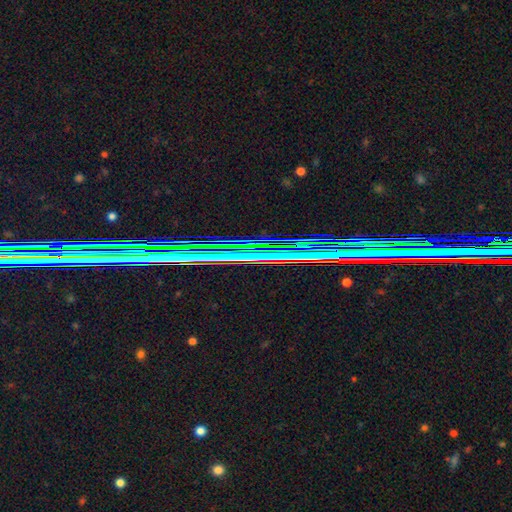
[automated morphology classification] Smooth or featured?
  - star or artifact: 81% *
  - featured or disk: 12%
  - smooth: 8%